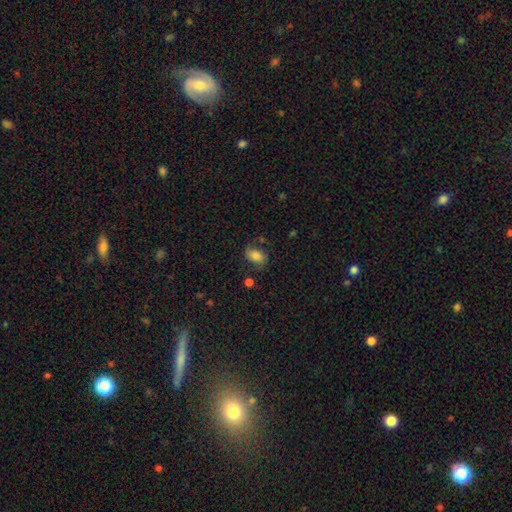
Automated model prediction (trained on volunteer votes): The model was most divided on "merging": none: 62%, minor disturbance: 23%, major disturbance: 10%, merger: 4%. More confident: how rounded — in between (84%); smooth or featured — smooth (75%).